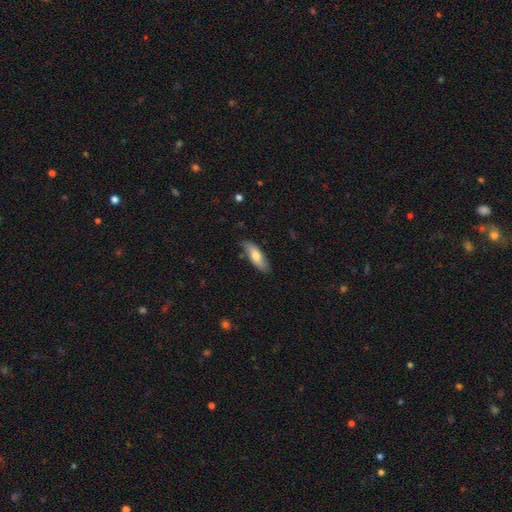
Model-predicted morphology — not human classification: Smooth or featured: smooth — 70% (featured or disk — 24%)
How rounded: in between — 64% (cigar-shaped — 34%)
Merging: none — 80% (minor disturbance — 16%)